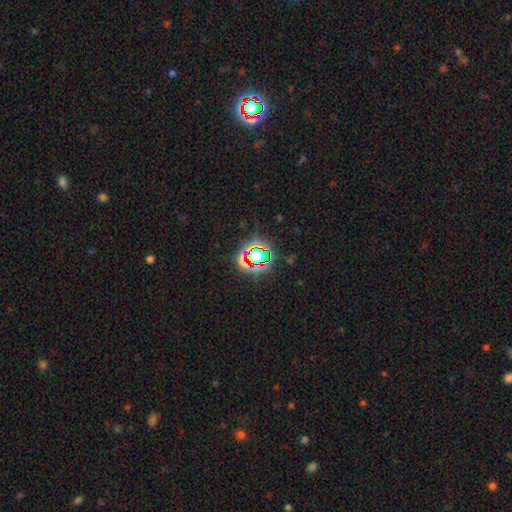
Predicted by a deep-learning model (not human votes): Morphology: type=star or artifact (67%).